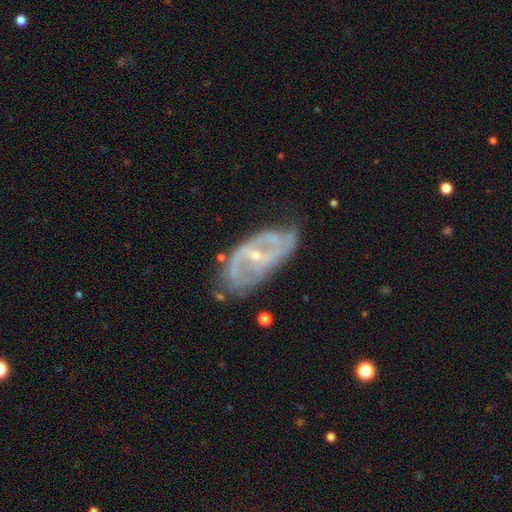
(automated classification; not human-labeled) The model was most divided on "bar": weak: 39%, strong: 32%, no: 30%. Remaining: edge-on disk — no (94%); spiral arms — yes (87%); smooth or featured — featured or disk (84%); bulge size — small (75%); spiral arm count — 2 (66%); merging — none (54%); spiral winding — medium (45%).